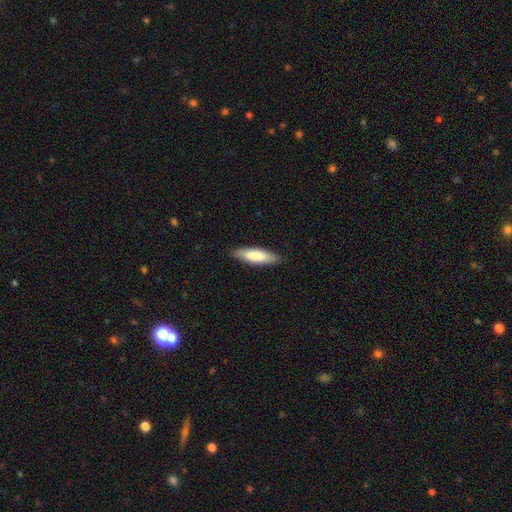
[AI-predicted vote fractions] smooth 80%, featured or disk 15%, star or artifact 5%. Down the decision tree: how rounded — cigar-shaped (59%); merging — none (87%).